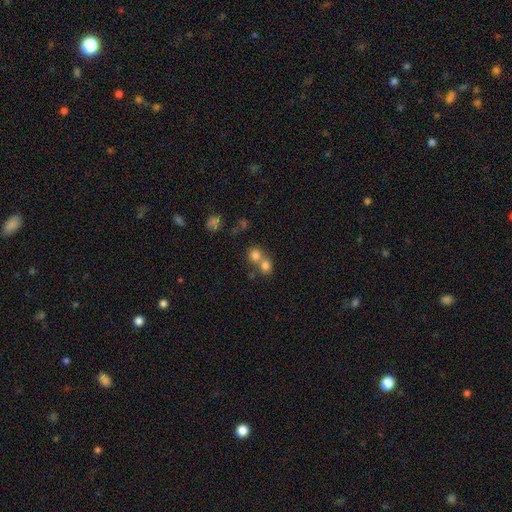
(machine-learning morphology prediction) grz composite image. It shows a smooth galaxy with no disk features (77%) that is round (84%). Merging: merger (53%).